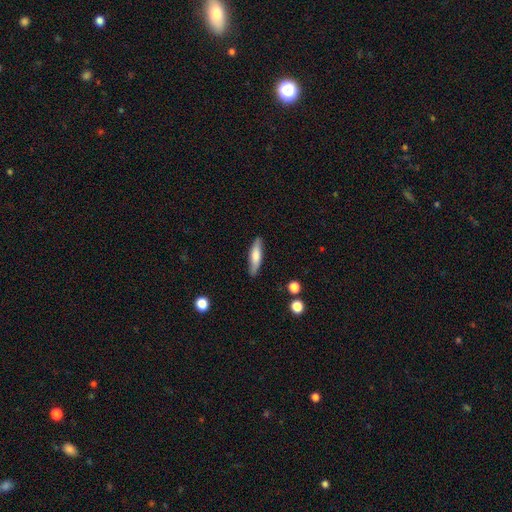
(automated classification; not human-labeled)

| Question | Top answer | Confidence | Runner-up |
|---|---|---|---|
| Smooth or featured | smooth | 65% | featured or disk (29%) |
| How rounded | cigar-shaped | 71% | in between (27%) |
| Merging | none | 85% | minor disturbance (11%) |